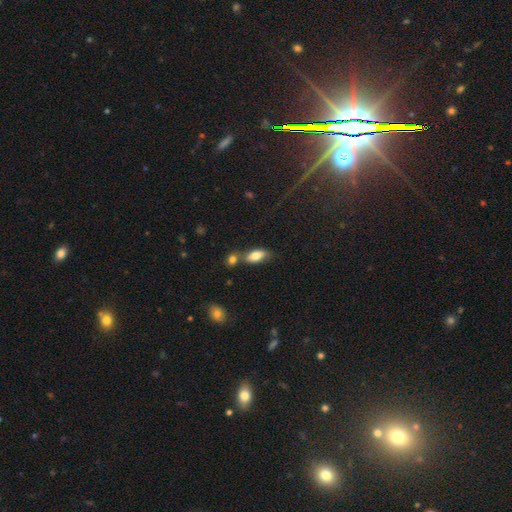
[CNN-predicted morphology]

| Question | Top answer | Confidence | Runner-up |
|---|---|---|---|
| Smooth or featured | smooth | 76% | featured or disk (15%) |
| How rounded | in between | 86% | cigar-shaped (10%) |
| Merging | none | 56% | merger (25%) |